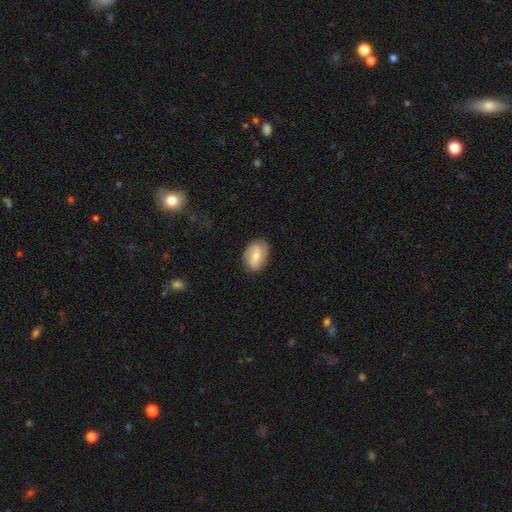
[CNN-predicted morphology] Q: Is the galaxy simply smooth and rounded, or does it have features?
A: smooth — 55%.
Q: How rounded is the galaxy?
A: in between — 77%.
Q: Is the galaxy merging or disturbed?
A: none — 82%.